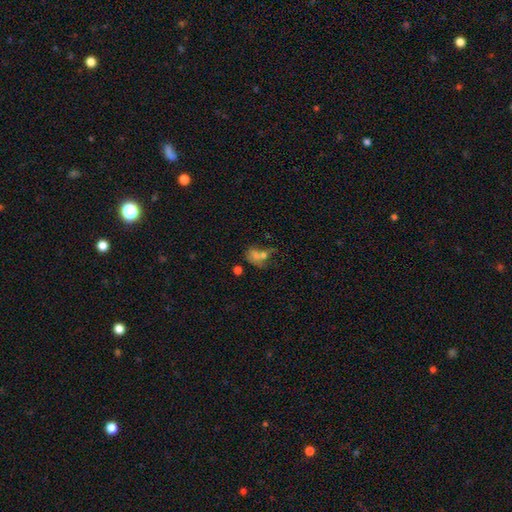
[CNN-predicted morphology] Smooth or featured? Predicted: smooth (p=0.55). How rounded? Predicted: in between (p=0.57). Merging? Predicted: merger (p=0.46).